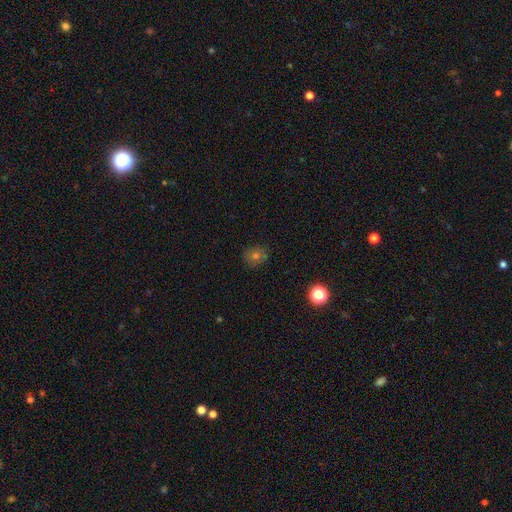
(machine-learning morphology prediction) This appears to be a smooth galaxy with no disk features (64%) that is round (84%). Merging: none (85%).